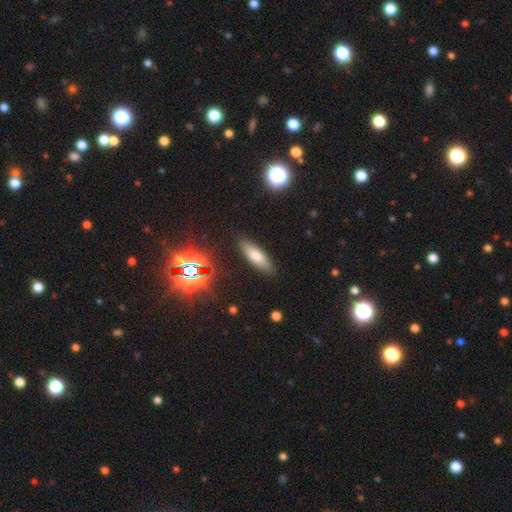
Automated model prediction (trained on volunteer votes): smooth_or_featured: smooth (p=0.65) [alt: featured or disk p=0.21]
how_rounded: cigar-shaped (p=0.51) [alt: in between p=0.46]
merging: none (p=0.87) [alt: minor disturbance p=0.09]